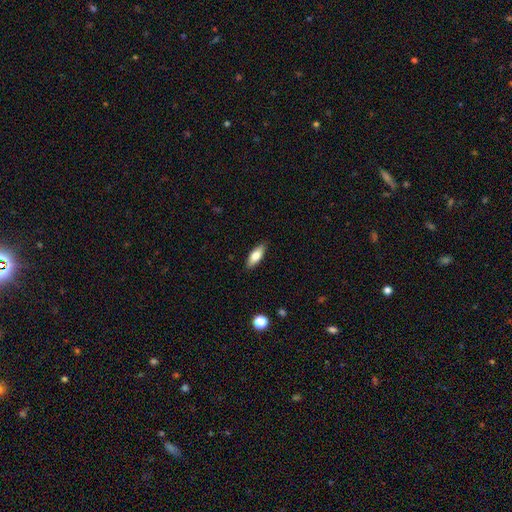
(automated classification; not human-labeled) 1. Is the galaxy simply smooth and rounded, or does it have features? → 74% smooth, 20% featured or disk, 6% star or artifact.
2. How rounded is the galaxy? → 67% in between, 30% cigar-shaped, 2% round.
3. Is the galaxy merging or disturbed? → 88% none, 9% minor disturbance, 2% major disturbance, 1% merger.